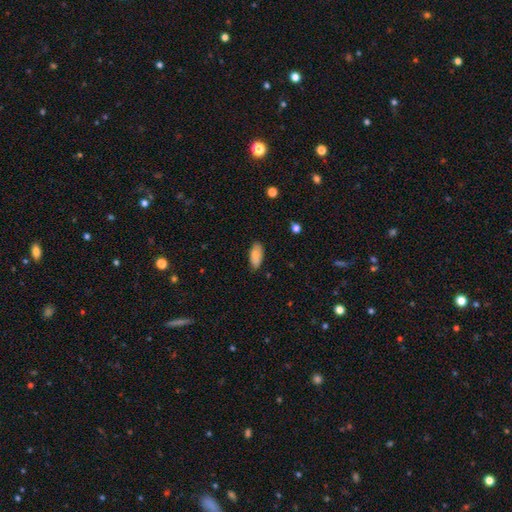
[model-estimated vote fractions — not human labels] smooth-or-featured: smooth: 83% | featured or disk: 10% | star or artifact: 7%
  how-rounded: in between: 90% | cigar-shaped: 8% | round: 2%
  merging: none: 81% | minor disturbance: 16% | major disturbance: 2% | merger: 1%